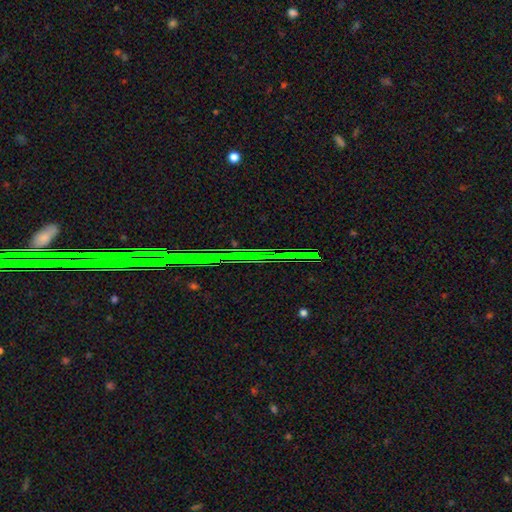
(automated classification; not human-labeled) smooth_or_featured: star or artifact (p=0.86) [alt: featured or disk p=0.08]